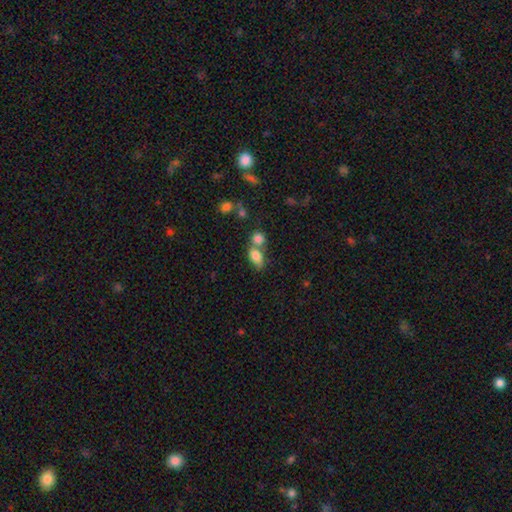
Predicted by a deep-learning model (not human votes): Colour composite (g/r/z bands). It shows a smooth galaxy with no disk features (80%) that is in between round and cigar-shaped (82%). Merging: merger (47%).